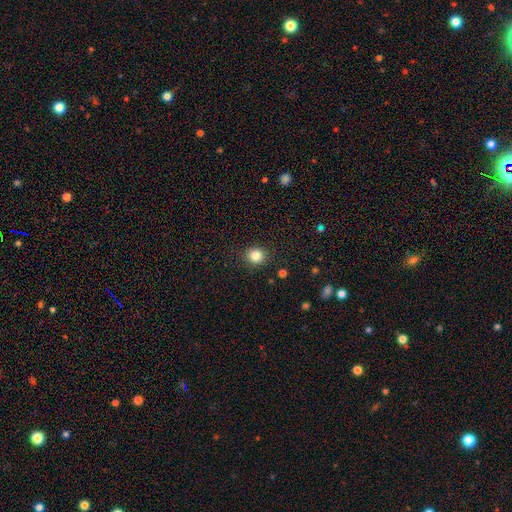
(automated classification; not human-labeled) smooth-or-featured: smooth: 83% | star or artifact: 11% | featured or disk: 5%
  how-rounded: round: 85% | in between: 14% | cigar-shaped: 1%
  merging: none: 90% | minor disturbance: 7% | major disturbance: 2% | merger: 1%